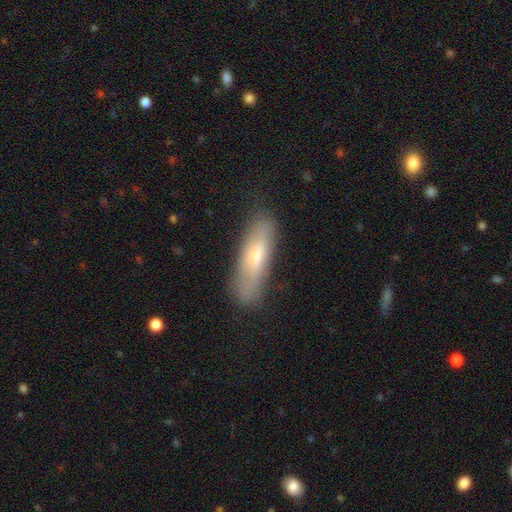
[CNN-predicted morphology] This is likely a smooth galaxy (62%). How rounded: likely cigar-shaped (60%). Merging: likely none (75%).